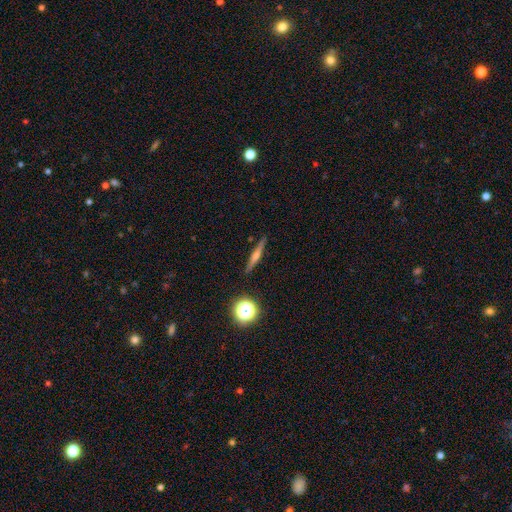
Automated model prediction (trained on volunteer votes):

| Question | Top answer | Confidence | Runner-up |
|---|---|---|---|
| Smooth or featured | featured or disk | 64% | smooth (26%) |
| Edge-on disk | yes | 97% | no (3%) |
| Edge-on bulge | rounded | 83% | none (10%) |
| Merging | none | 91% | minor disturbance (6%) |